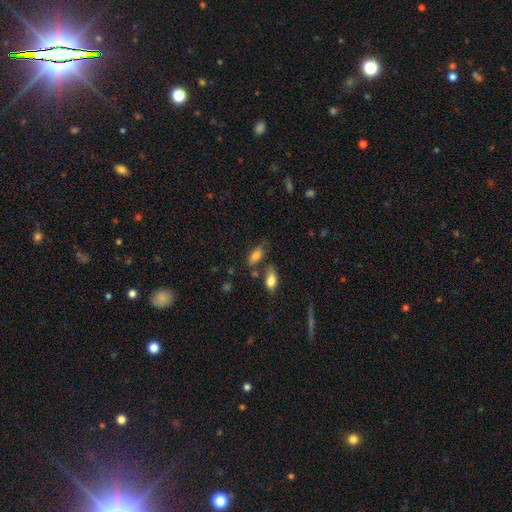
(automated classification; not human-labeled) smooth 81%, featured or disk 11%, star or artifact 9%. Down the decision tree: how rounded — in between (87%); merging — none (56%).